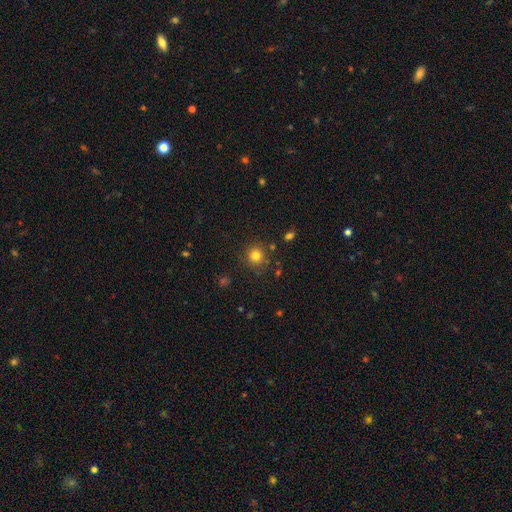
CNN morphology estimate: A smooth galaxy with no disk features (80%) that is round (93%). Merging: none (86%).